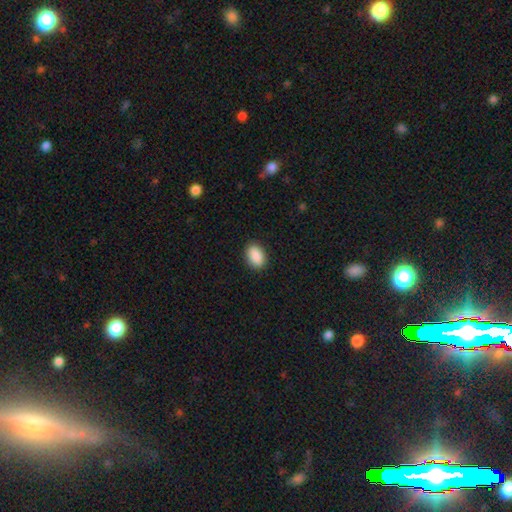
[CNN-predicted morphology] A smooth galaxy with no disk features (90%) that is in between round and cigar-shaped (88%). Merging: none (89%).